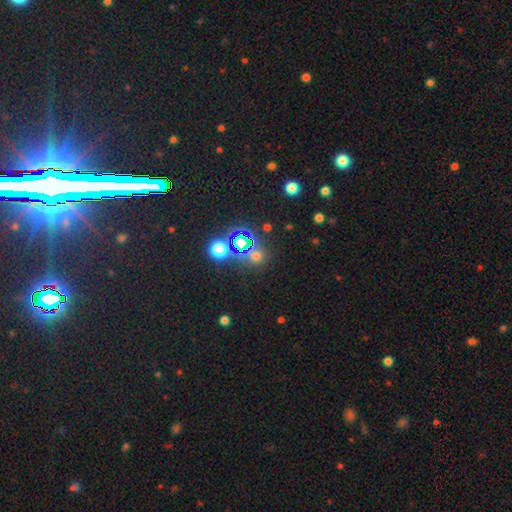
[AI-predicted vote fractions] smooth_or_featured: star or artifact (p=0.50) [alt: smooth p=0.42]